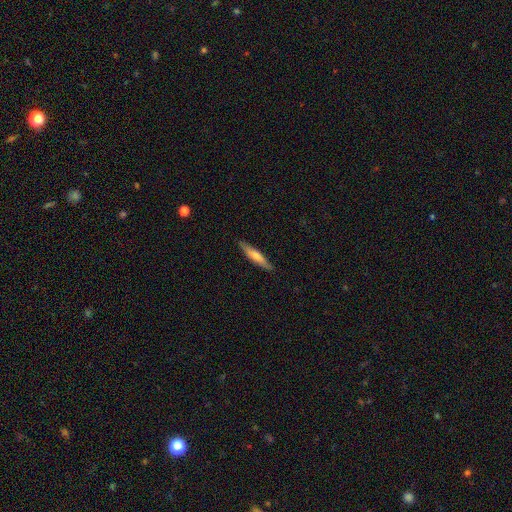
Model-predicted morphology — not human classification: The model was most divided on "smooth or featured": smooth: 54%, featured or disk: 41%, star or artifact: 6%. More confident: merging — none (89%); how rounded — cigar-shaped (88%).